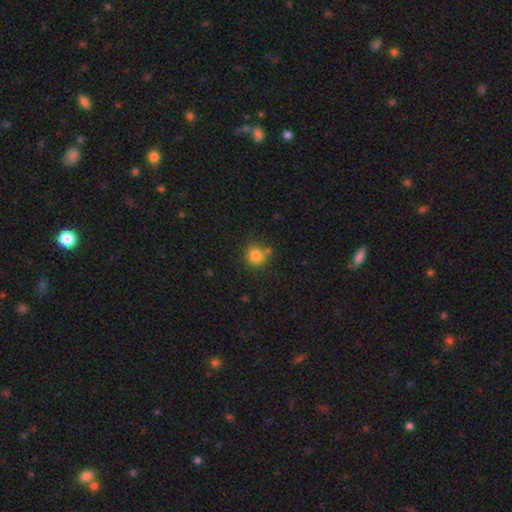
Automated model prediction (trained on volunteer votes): Overall: smooth (82%). How rounded: round (85%). Merging: none (73%).